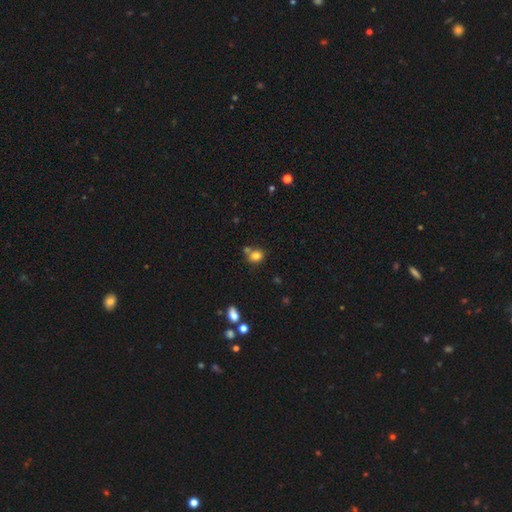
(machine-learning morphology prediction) smooth_or_featured: smooth (p=0.80) [alt: star or artifact p=0.12]
how_rounded: round (p=0.62) [alt: in between p=0.37]
merging: none (p=0.59) [alt: merger p=0.24]